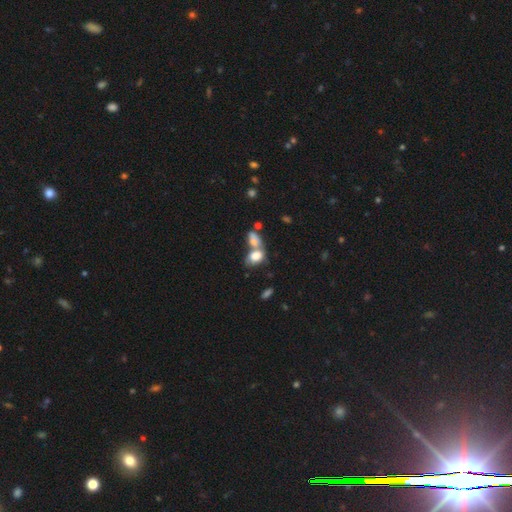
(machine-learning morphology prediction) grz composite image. It shows a smooth galaxy with no disk features (77%) that is in between round and cigar-shaped (81%). Merging: merger (66%).